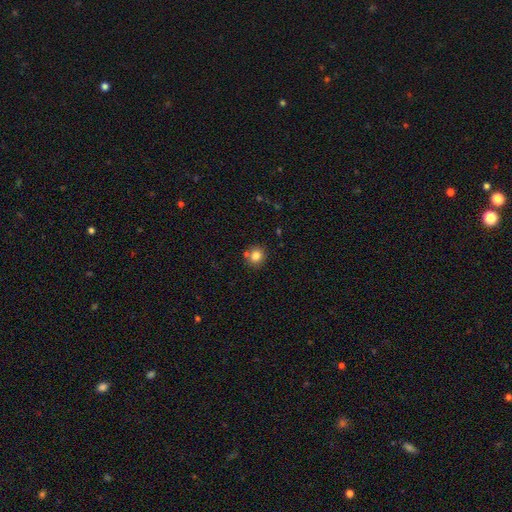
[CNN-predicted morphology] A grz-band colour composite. It shows a smooth galaxy with no disk features (82%) that is round (83%). Merging: none (73%).